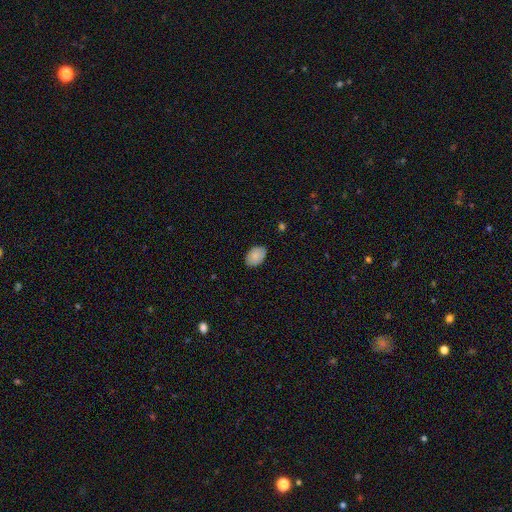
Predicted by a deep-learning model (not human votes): smooth_or_featured: smooth (p=0.85) [alt: featured or disk p=0.08]
how_rounded: in between (p=0.86) [alt: round p=0.12]
merging: none (p=0.84) [alt: minor disturbance p=0.12]